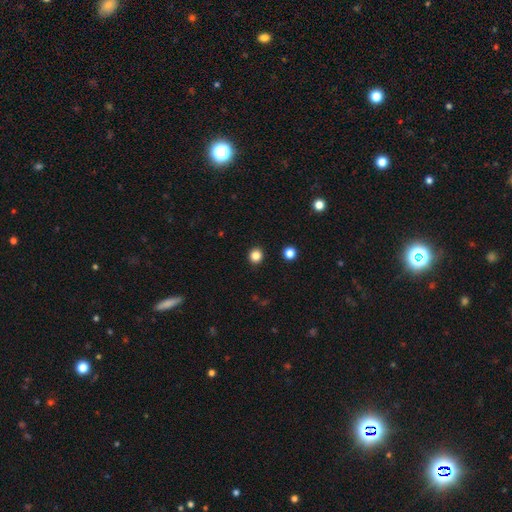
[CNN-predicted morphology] Smooth or featured: smooth — 84% (star or artifact — 13%)
How rounded: round — 92% (in between — 7%)
Merging: none — 93% (minor disturbance — 4%)